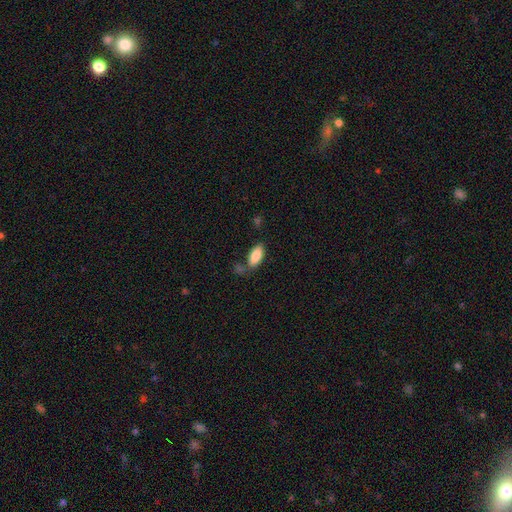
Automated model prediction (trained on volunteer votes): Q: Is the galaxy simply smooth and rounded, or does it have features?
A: smooth — 86%.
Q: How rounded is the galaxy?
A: in between — 87%.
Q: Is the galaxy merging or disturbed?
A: none — 69%.